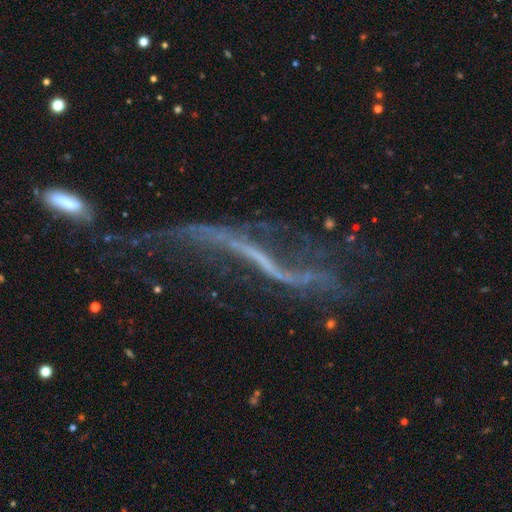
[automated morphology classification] Smooth or featured? featured or disk (75%)
Edge-on disk? no (69%)
Bar? strong (39%, tied with no)
Spiral arms? yes (59%)
Bulge size? none (67%)
Merging? major disturbance (38%)